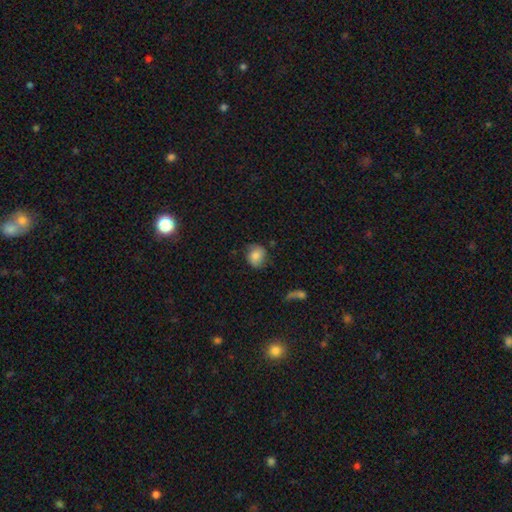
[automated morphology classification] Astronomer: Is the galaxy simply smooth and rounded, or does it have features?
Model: smooth — 77%.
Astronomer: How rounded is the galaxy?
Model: round — 70%.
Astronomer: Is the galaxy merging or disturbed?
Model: none — 70%.